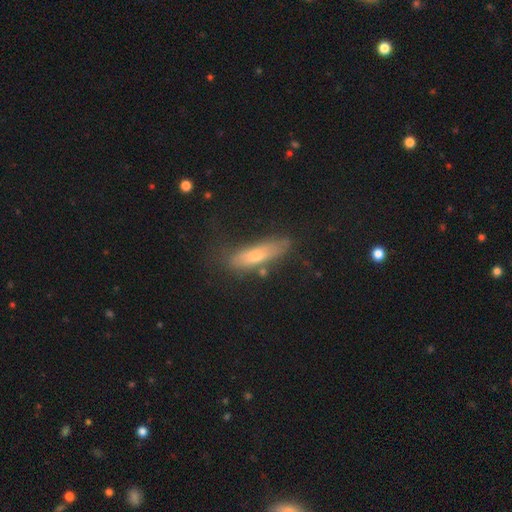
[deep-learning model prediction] smooth 55%, featured or disk 36%, star or artifact 9%. Down the decision tree: how rounded — cigar-shaped (62%); merging — none (62%).